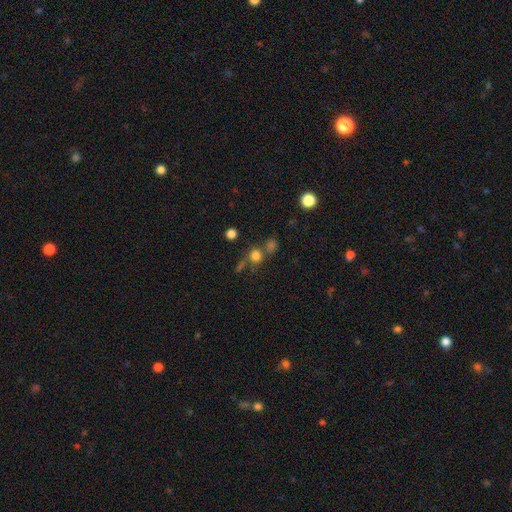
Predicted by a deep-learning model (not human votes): Smooth or featured?
  - smooth: 72% *
  - star or artifact: 19%
  - featured or disk: 9%
How rounded?
  - round: 89% *
  - in between: 10%
  - cigar-shaped: 1%
Merging?
  - none: 59% *
  - merger: 25%
  - minor disturbance: 10%
  - major disturbance: 6%